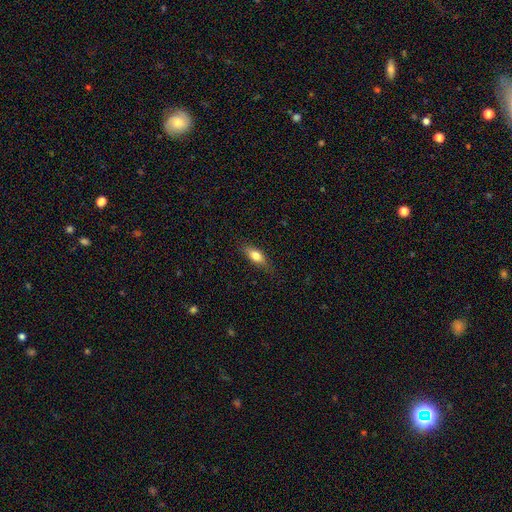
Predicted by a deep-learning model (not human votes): The model was most divided on "how rounded": in between: 69%, cigar-shaped: 27%, round: 4%. More confident: merging — none (78%); smooth or featured — smooth (73%).